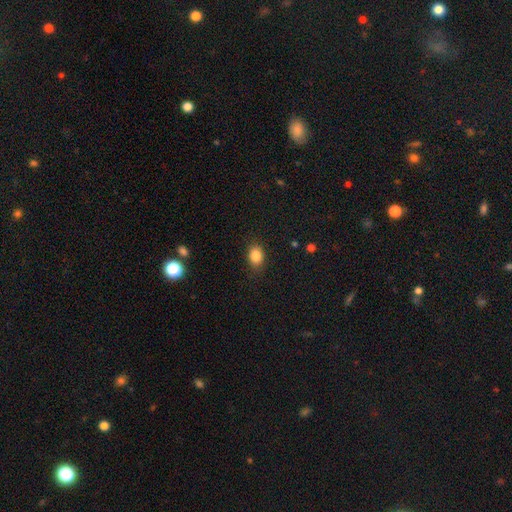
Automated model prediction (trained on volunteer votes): Overall: smooth (85%). How rounded: in between (67%; round 32%). Merging: none (84%).